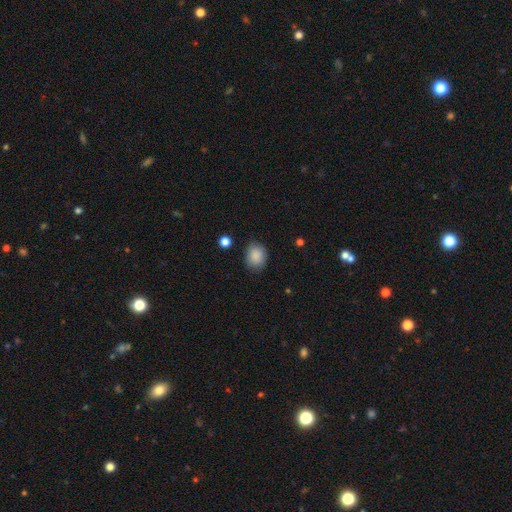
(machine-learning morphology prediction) smooth_or_featured: smooth (p=0.88) [alt: star or artifact p=0.08]
how_rounded: in between (p=0.55) [alt: round p=0.44]
merging: none (p=0.80) [alt: minor disturbance p=0.15]